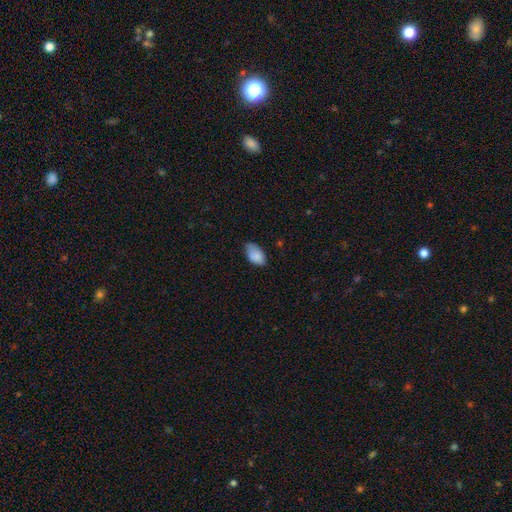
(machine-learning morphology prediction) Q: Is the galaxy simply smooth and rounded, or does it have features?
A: smooth — 87%.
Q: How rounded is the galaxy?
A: in between — 94%.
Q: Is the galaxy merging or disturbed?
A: none — 61%.